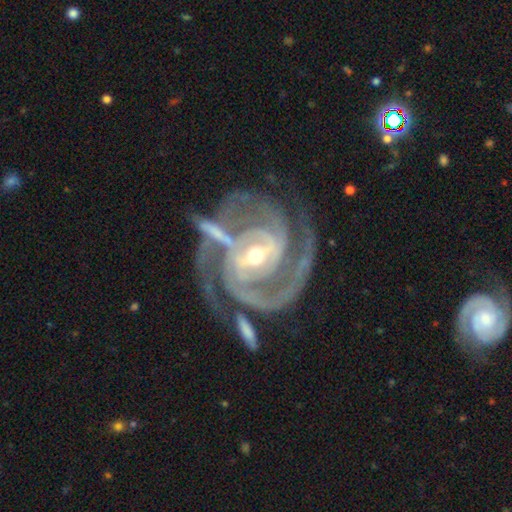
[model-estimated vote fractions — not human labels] A featured or disk galaxy (94%) with a strong bar (49%), 2 (54%) tight (55%) spiral arms (98%) and a moderate central bulge (48%, tied with small). Merging: none (48%).